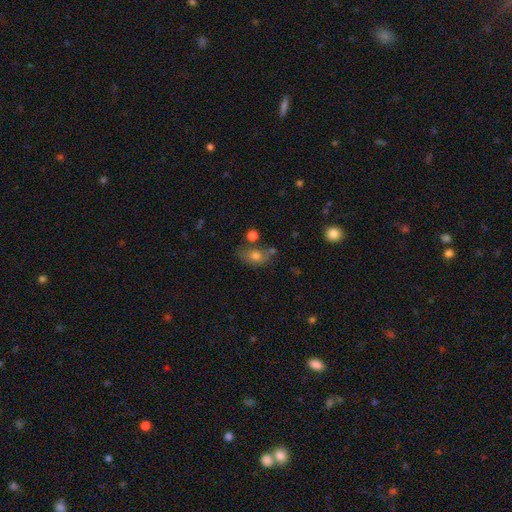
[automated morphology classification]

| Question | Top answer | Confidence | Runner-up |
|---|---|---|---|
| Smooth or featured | smooth | 72% | featured or disk (18%) |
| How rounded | in between | 75% | round (22%) |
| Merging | none | 52% | minor disturbance (22%) |